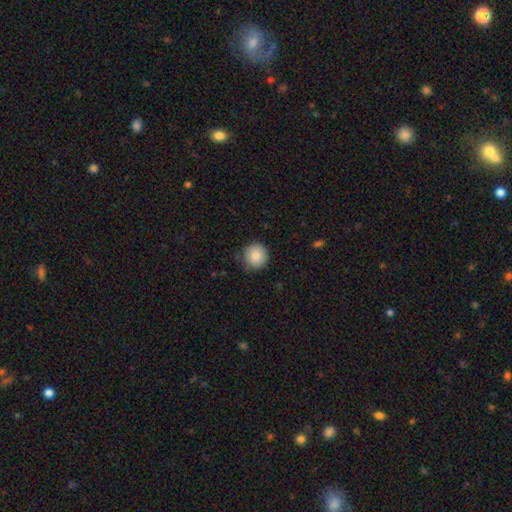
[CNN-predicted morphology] Smooth or featured?
  - smooth: 84% *
  - star or artifact: 8%
  - featured or disk: 8%
How rounded?
  - round: 94% *
  - in between: 5%
  - cigar-shaped: 1%
Merging?
  - none: 83% *
  - minor disturbance: 13%
  - major disturbance: 3%
  - merger: 1%